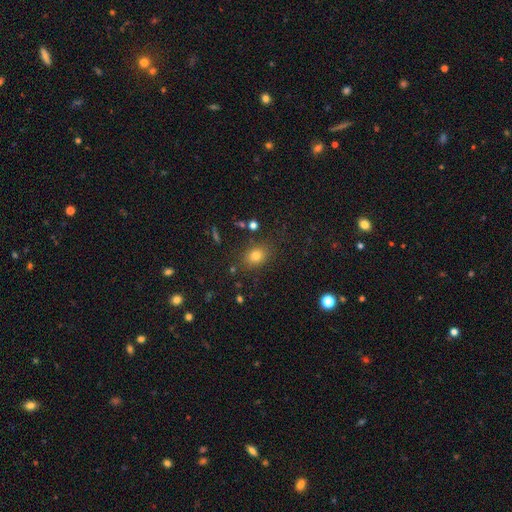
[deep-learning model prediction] This appears to be a smooth galaxy with no disk features (77%) that is in between round and cigar-shaped (60%). Merging: none (81%).